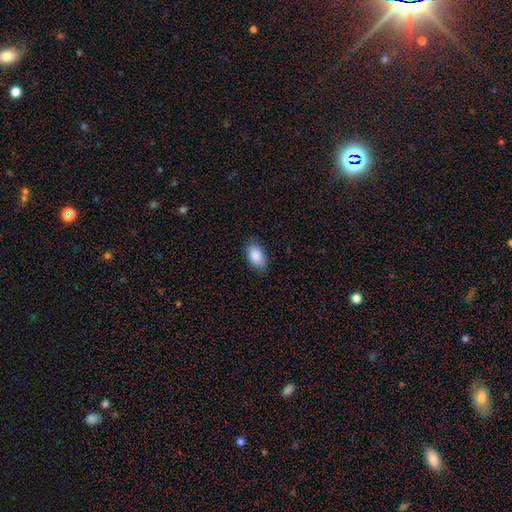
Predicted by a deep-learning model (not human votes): Smooth or featured? Predicted: smooth (p=0.89). How rounded? Predicted: in between (p=0.93). Merging? Predicted: none (p=0.81).